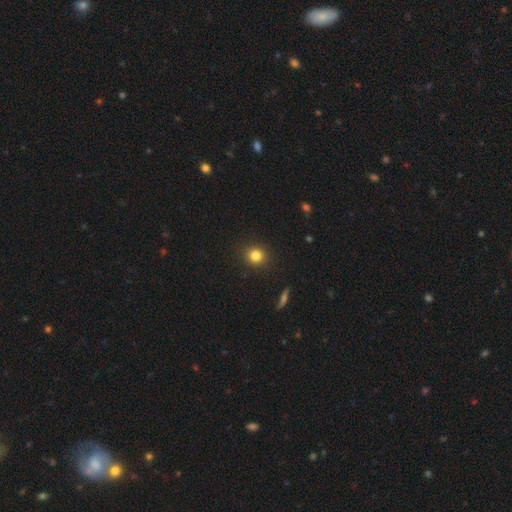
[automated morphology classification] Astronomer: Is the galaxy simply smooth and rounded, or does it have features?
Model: smooth — 82%.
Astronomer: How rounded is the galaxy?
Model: round — 88%.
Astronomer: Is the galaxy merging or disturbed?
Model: none — 90%.